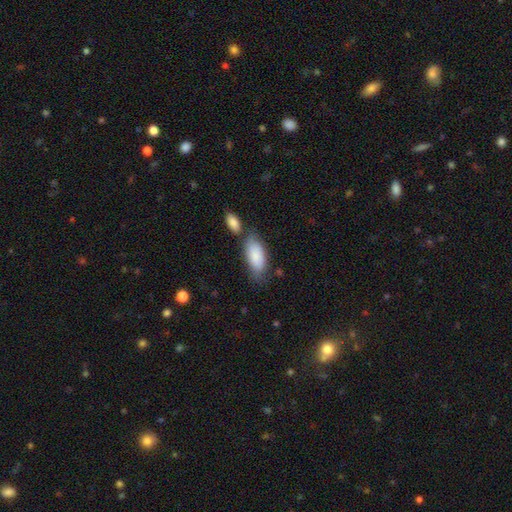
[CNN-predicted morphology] This appears to be a smooth galaxy with no disk features (86%) that is in between round and cigar-shaped (88%). Merging: none (52%).